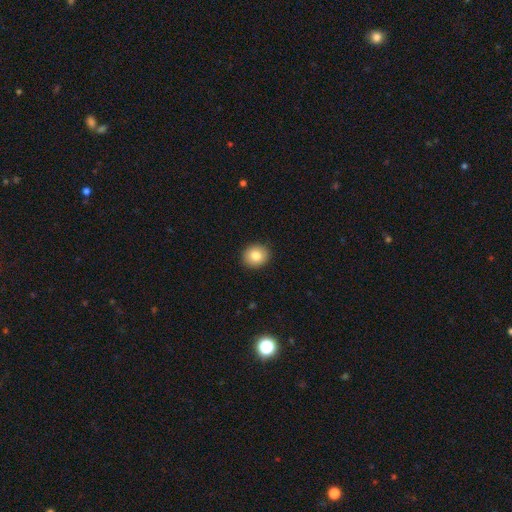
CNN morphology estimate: smooth_or_featured: smooth (p=0.83) [alt: star or artifact p=0.09]
how_rounded: round (p=0.78) [alt: in between p=0.21]
merging: none (p=0.91) [alt: minor disturbance p=0.06]